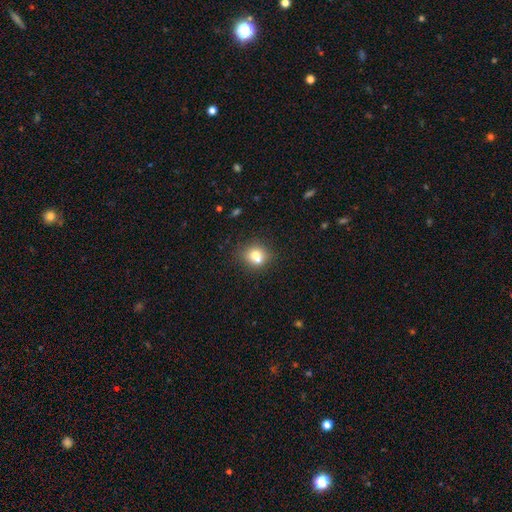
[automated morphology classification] type=smooth (73%); roundness=round (72%); merging=none (55%).